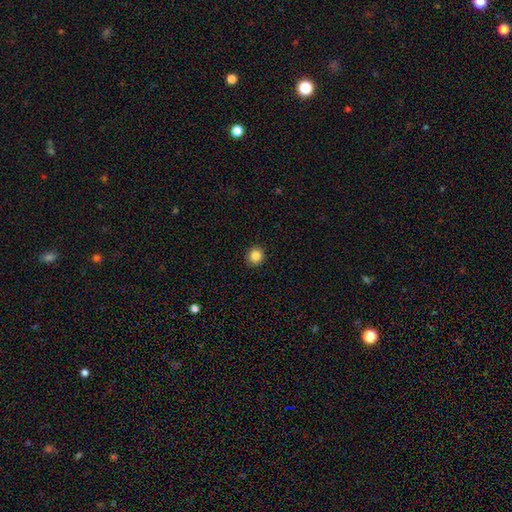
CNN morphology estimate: This appears to be a smooth galaxy with no disk features (86%) that is round (90%). Merging: none (92%).